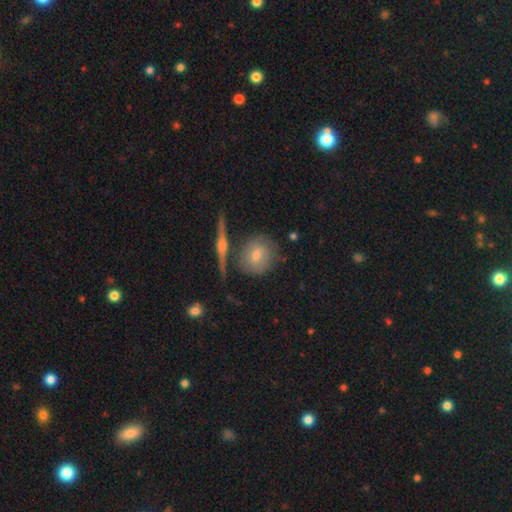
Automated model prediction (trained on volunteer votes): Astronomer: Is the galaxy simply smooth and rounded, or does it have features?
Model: smooth — 50% (runner-up: featured or disk, 39%).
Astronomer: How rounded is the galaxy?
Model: round — 84%.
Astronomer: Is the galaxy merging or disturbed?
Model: none — 72%.